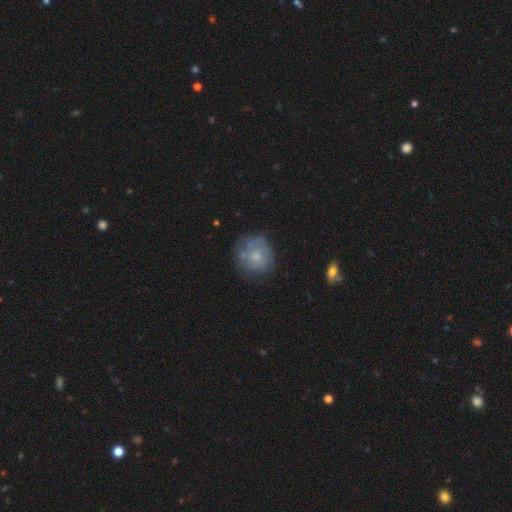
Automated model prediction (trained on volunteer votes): smooth-or-featured: featured or disk: 50% | smooth: 42% | star or artifact: 8%
  disk-edge-on: no: 98% | yes: 2%
  merging: none: 63% | minor disturbance: 22% | major disturbance: 10% | merger: 5%